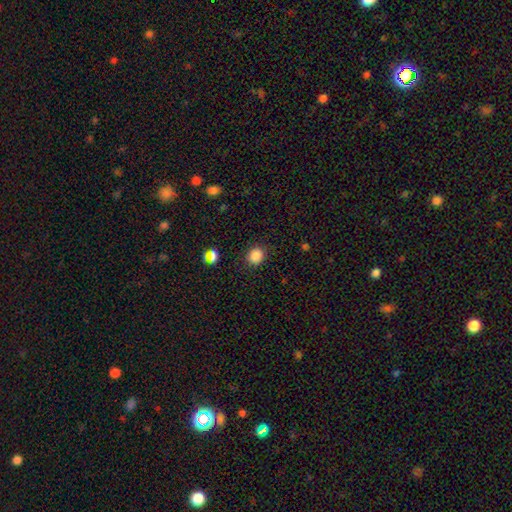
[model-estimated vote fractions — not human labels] smooth-or-featured: smooth: 84% | star or artifact: 12% | featured or disk: 3%
  how-rounded: round: 76% | in between: 23% | cigar-shaped: 1%
  merging: none: 87% | minor disturbance: 8% | major disturbance: 3% | merger: 2%